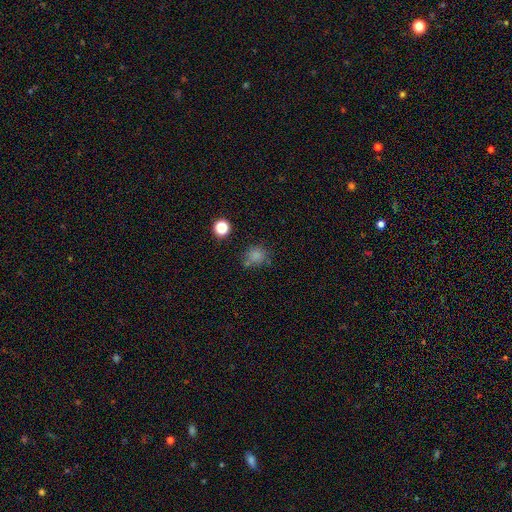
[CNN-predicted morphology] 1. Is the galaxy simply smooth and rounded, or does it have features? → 79% smooth, 15% star or artifact, 6% featured or disk.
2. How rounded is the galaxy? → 81% round, 18% in between, 1% cigar-shaped.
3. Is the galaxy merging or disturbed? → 71% none, 16% minor disturbance, 8% merger, 5% major disturbance.